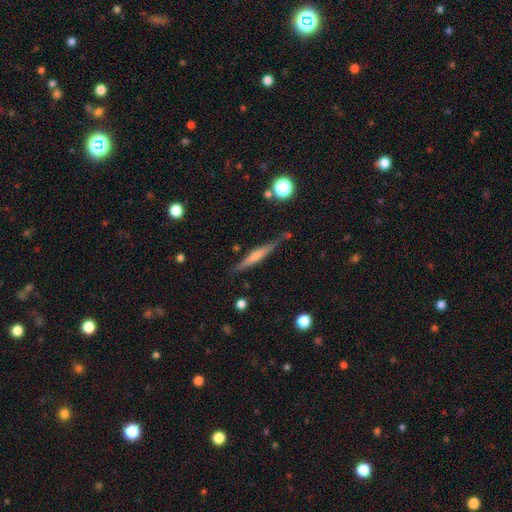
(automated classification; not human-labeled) smooth-or-featured: featured or disk: 63% | smooth: 30% | star or artifact: 7%
  disk-edge-on: yes: 97% | no: 3%
    edge-on-bulge: rounded: 60% | none: 23% | boxy: 16%
  merging: none: 84% | minor disturbance: 11% | merger: 3% | major disturbance: 2%